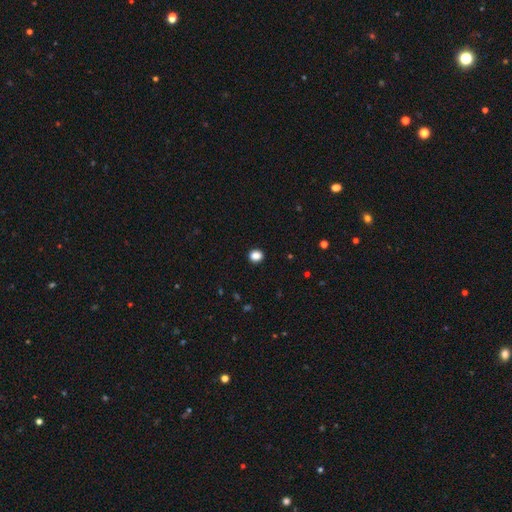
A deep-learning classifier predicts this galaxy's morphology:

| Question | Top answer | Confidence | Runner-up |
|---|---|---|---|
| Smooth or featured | smooth | 86% | star or artifact (11%) |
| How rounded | round | 68% | in between (31%) |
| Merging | none | 91% | minor disturbance (6%) |